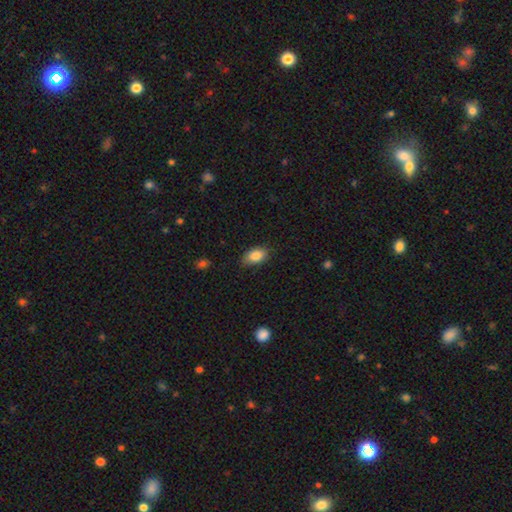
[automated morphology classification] A smooth galaxy with no disk features (84%) that is in between round and cigar-shaped (90%).

Vote fractions:
- Smooth or featured? smooth: 84% / featured or disk: 8% / star or artifact: 8%
- How rounded? in between: 90% / round: 7% / cigar-shaped: 3%
- Merging? none: 80% / minor disturbance: 17% / major disturbance: 3% / merger: 1%